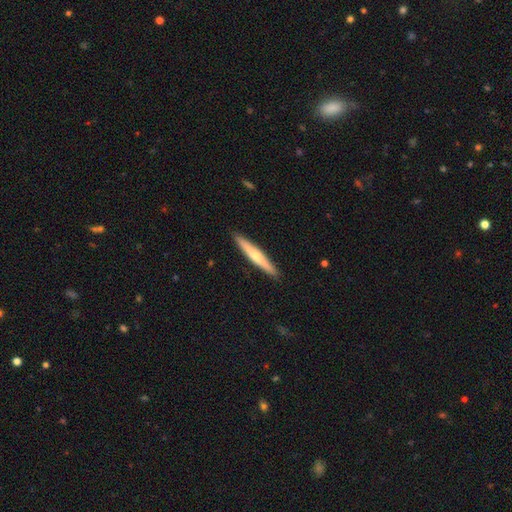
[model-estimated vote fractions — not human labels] Morphology: type=featured or disk (52%); edge-on=yes (96%); merging=none (92%).